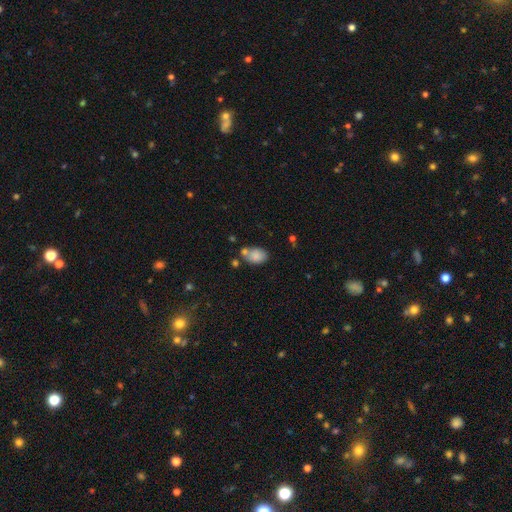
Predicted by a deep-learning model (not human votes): smooth-or-featured: smooth: 81% | featured or disk: 10% | star or artifact: 9%
  how-rounded: in between: 83% | round: 16% | cigar-shaped: 1%
  merging: none: 53% | merger: 22% | minor disturbance: 19% | major disturbance: 5%